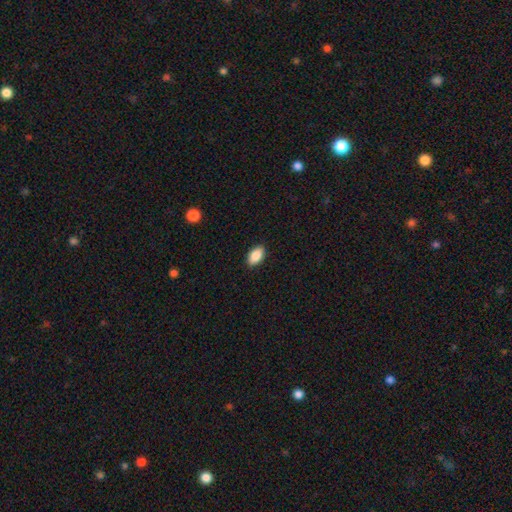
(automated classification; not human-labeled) smooth_or_featured: smooth (p=0.89) [alt: star or artifact p=0.07]
how_rounded: in between (p=0.93) [alt: round p=0.04]
merging: none (p=0.89) [alt: minor disturbance p=0.08]